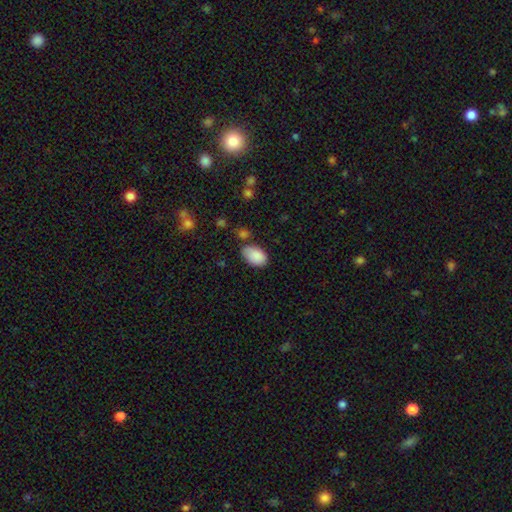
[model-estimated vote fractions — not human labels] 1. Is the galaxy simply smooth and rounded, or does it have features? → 87% smooth, 7% star or artifact, 5% featured or disk.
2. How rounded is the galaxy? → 91% in between, 7% round, 1% cigar-shaped.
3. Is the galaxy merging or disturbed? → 60% none, 27% minor disturbance, 7% merger, 6% major disturbance.